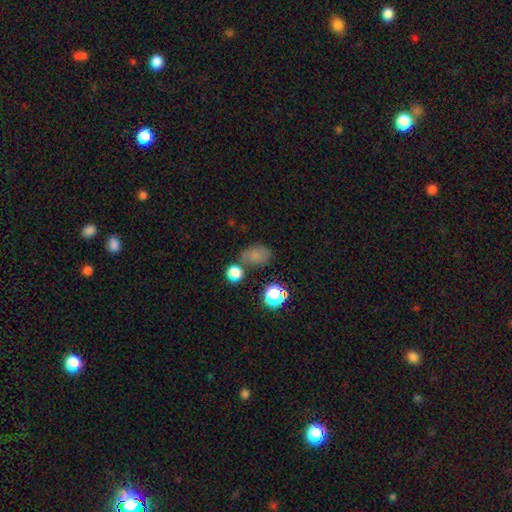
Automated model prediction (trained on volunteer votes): Smooth or featured?
  - smooth: 68% *
  - star or artifact: 23%
  - featured or disk: 9%
How rounded?
  - in between: 71% *
  - round: 27%
  - cigar-shaped: 2%
Merging?
  - none: 66% *
  - minor disturbance: 17%
  - merger: 11%
  - major disturbance: 6%